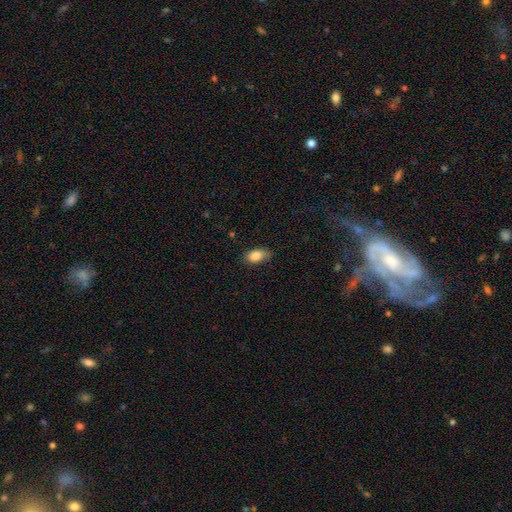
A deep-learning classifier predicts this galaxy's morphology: This appears to be a smooth galaxy with no disk features (86%) that is in between round and cigar-shaped (90%). Merging: none (78%).